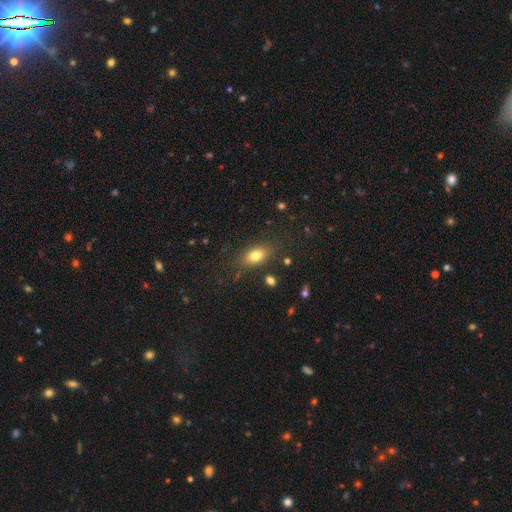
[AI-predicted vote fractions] Smooth or featured?
  - smooth: 78% *
  - featured or disk: 12%
  - star or artifact: 11%
How rounded?
  - in between: 81% *
  - round: 14%
  - cigar-shaped: 5%
Merging?
  - none: 79% *
  - minor disturbance: 14%
  - major disturbance: 5%
  - merger: 2%